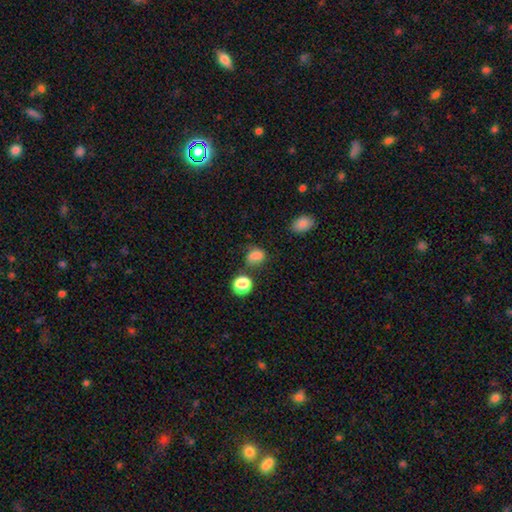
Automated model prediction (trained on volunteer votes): This is likely a smooth galaxy (78%). How rounded: possibly in between (58%). Merging: possibly none (54%).